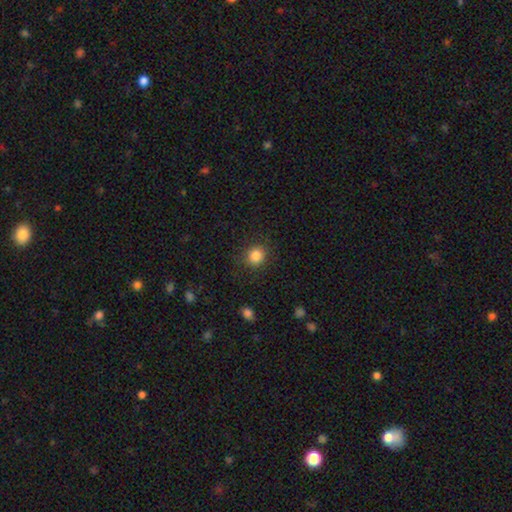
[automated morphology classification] Smooth or featured? Predicted: smooth (p=0.85). How rounded? Predicted: round (p=0.84). Merging? Predicted: none (p=0.87).